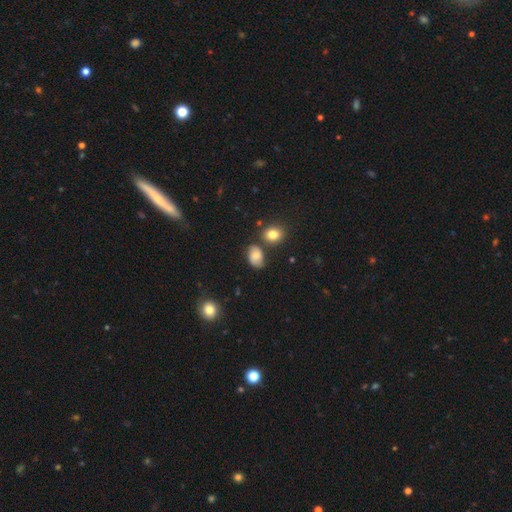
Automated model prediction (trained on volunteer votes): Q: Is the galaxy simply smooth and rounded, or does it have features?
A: smooth — 67%.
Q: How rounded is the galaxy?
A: in between — 80%.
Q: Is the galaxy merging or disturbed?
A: none — 63%.